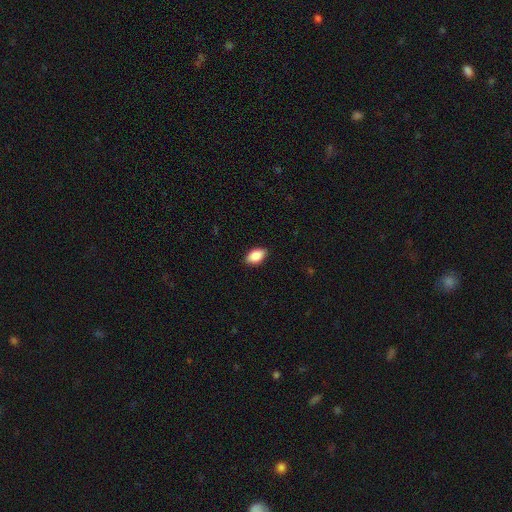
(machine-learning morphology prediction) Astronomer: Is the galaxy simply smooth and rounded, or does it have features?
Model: smooth — 88%.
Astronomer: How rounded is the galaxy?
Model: in between — 92%.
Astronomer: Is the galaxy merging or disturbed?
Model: none — 88%.